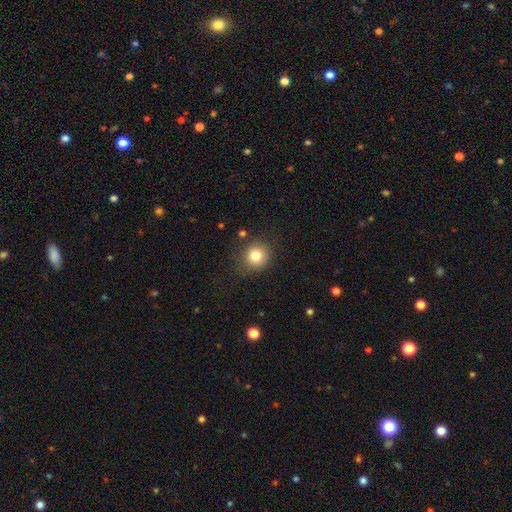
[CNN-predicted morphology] A smooth galaxy with no disk features (81%) that is round (90%).

Vote fractions:
- Smooth or featured? smooth: 81% / star or artifact: 12% / featured or disk: 7%
- How rounded? round: 90% / in between: 9% / cigar-shaped: 1%
- Merging? none: 85% / minor disturbance: 10% / major disturbance: 3% / merger: 2%